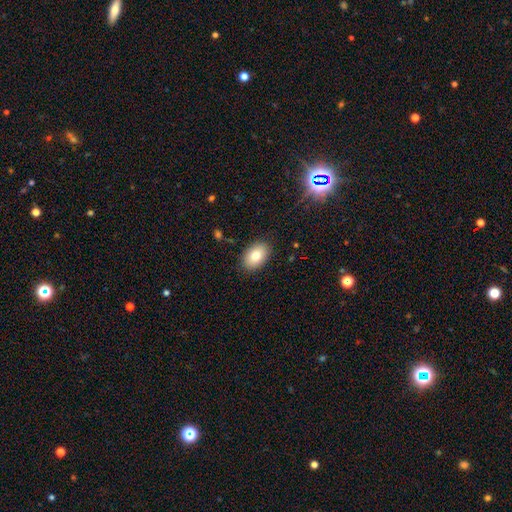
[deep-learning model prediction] Smooth or featured? Predicted: smooth (p=0.80). How rounded? Predicted: in between (p=0.87). Merging? Predicted: none (p=0.88).